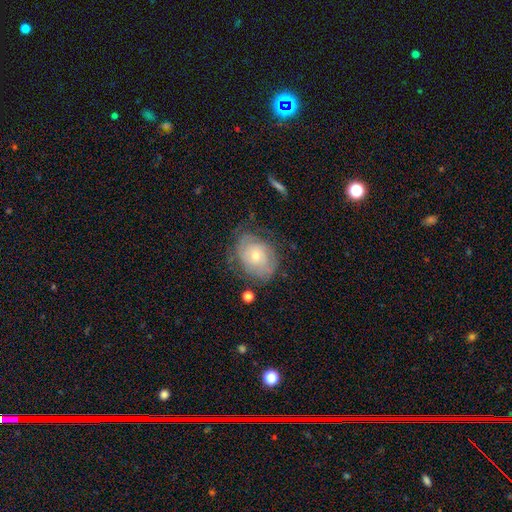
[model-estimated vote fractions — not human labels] smooth_or_featured: featured or disk (p=0.60) [alt: smooth p=0.32]
disk_edge_on: no (p=0.96) [alt: yes p=0.04]
bar: no (p=0.80) [alt: weak p=0.17]
has_spiral_arms: yes (p=0.74) [alt: no p=0.26]
bulge_size: small (p=0.56) [alt: moderate p=0.40]
merging: none (p=0.63) [alt: minor disturbance p=0.23]